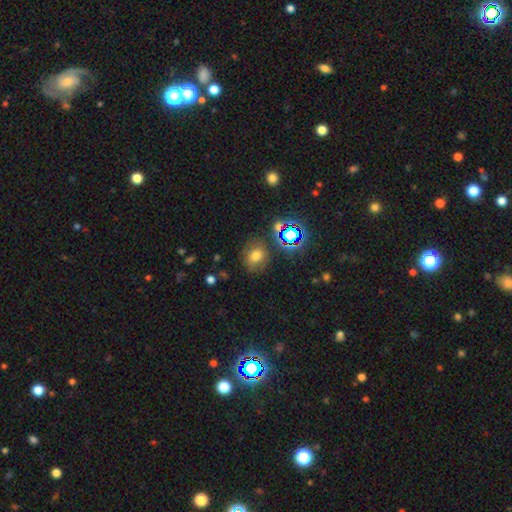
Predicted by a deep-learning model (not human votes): A smooth galaxy with no disk features (65%) that is round (67%).

Vote fractions:
- Smooth or featured? smooth: 65% / star or artifact: 23% / featured or disk: 11%
- How rounded? round: 67% / in between: 31% / cigar-shaped: 1%
- Merging? none: 77% / minor disturbance: 14% / major disturbance: 5% / merger: 4%